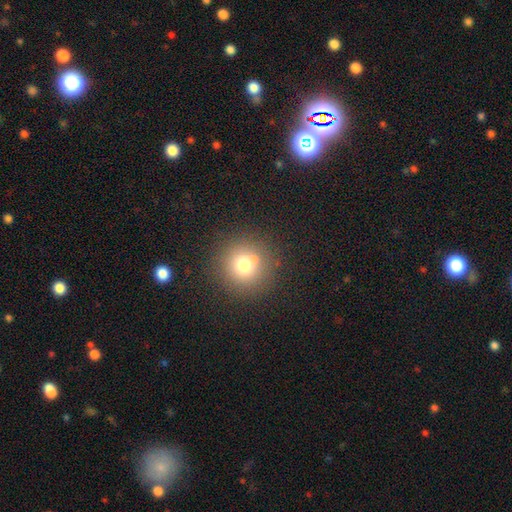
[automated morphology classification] Smooth or featured? smooth (58%)
How rounded? round (95%)
Merging? none (91%)